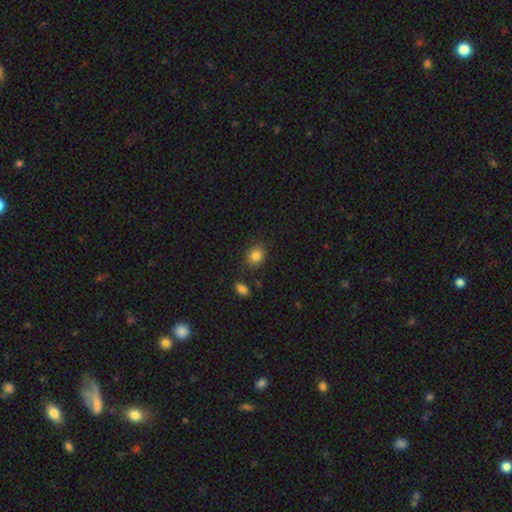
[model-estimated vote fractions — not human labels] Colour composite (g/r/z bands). It shows a smooth galaxy with no disk features (84%) that is round (57%). Merging: none (80%).